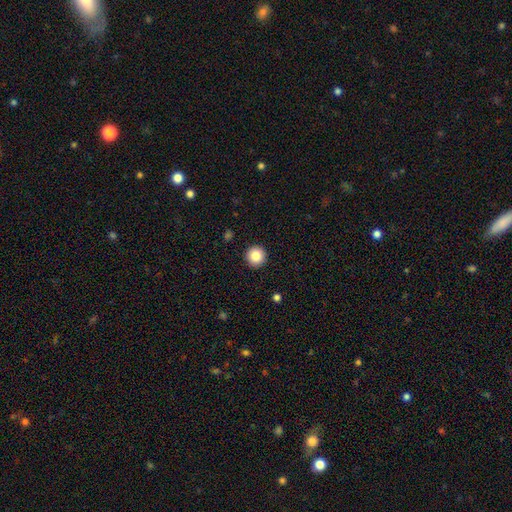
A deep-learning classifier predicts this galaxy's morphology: Smooth or featured? smooth (85%)
How rounded? round (96%)
Merging? none (93%)